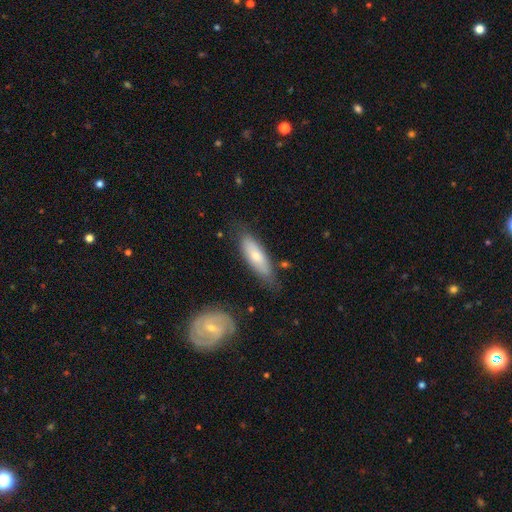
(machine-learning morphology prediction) smooth 65%, featured or disk 29%, star or artifact 6%. Down the decision tree: how rounded — in between (53%); merging — none (71%).